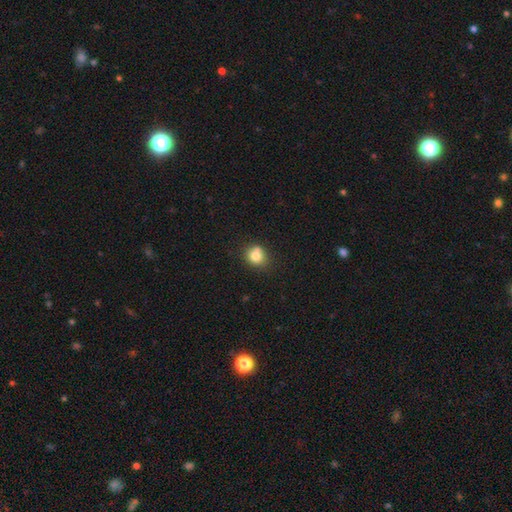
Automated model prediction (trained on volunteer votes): This is likely a smooth galaxy (79%). How rounded: likely round (79%). Merging: likely none (63%).